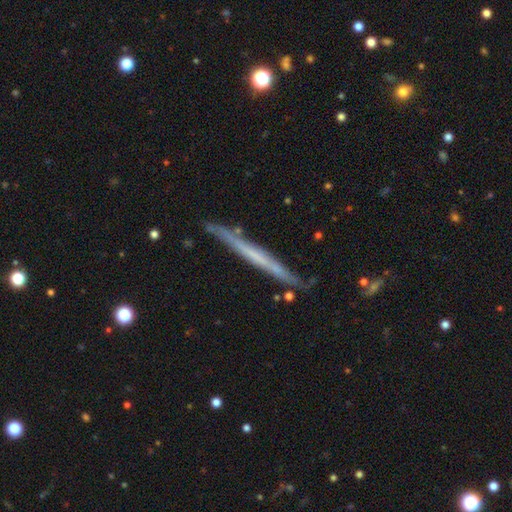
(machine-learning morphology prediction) Smooth or featured? featured or disk (60%)
Edge-on disk? yes (96%)
Edge-on bulge? none (85%)
Merging? none (85%)